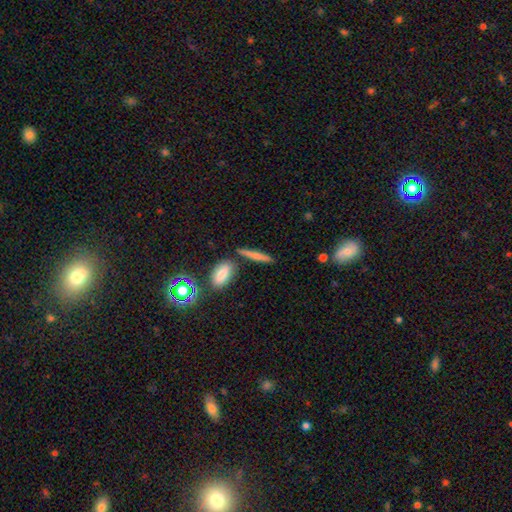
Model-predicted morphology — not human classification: smooth-or-featured: smooth: 59% | featured or disk: 33% | star or artifact: 8%
  how-rounded: cigar-shaped: 83% | in between: 13% | round: 4%
  merging: none: 78% | minor disturbance: 10% | merger: 9% | major disturbance: 3%